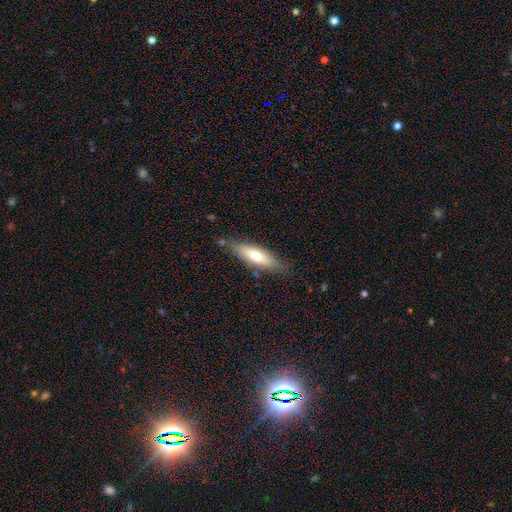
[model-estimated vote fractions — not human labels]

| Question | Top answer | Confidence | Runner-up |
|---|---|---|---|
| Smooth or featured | smooth | 63% | featured or disk (31%) |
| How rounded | cigar-shaped | 59% | in between (39%) |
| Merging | none | 78% | minor disturbance (16%) |